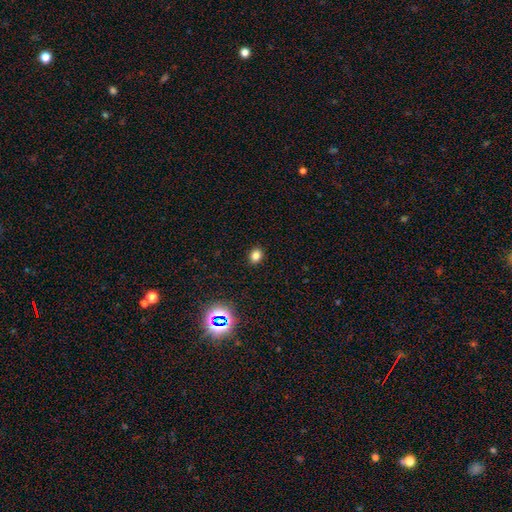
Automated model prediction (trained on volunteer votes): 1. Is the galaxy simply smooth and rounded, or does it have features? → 79% smooth, 16% star or artifact, 5% featured or disk.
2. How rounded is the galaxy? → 52% round, 47% in between, 1% cigar-shaped.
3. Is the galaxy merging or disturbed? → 90% none, 7% minor disturbance, 2% major disturbance, 1% merger.